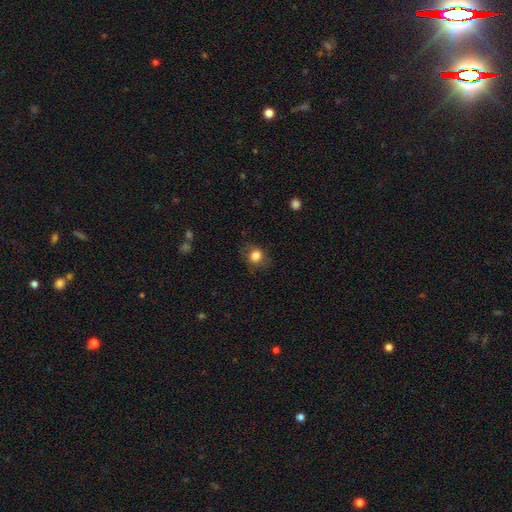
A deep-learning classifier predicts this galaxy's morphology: Q: Smooth or featured?
A: smooth (81%); runner-up: star or artifact (10%)
Q: How rounded?
A: round (64%); runner-up: in between (35%)
Q: Merging?
A: none (75%); runner-up: minor disturbance (17%)